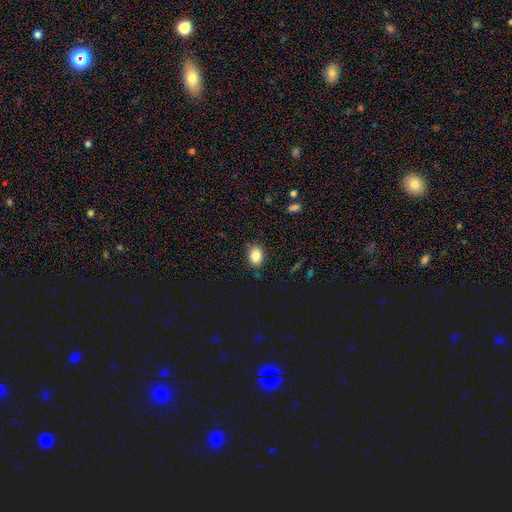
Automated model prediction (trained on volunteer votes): A smooth galaxy with no disk features (84%) that is in between round and cigar-shaped (66%).

Vote fractions:
- Smooth or featured? smooth: 84% / star or artifact: 10% / featured or disk: 7%
- How rounded? in between: 66% / round: 33% / cigar-shaped: 1%
- Merging? none: 83% / minor disturbance: 13% / major disturbance: 3% / merger: 1%